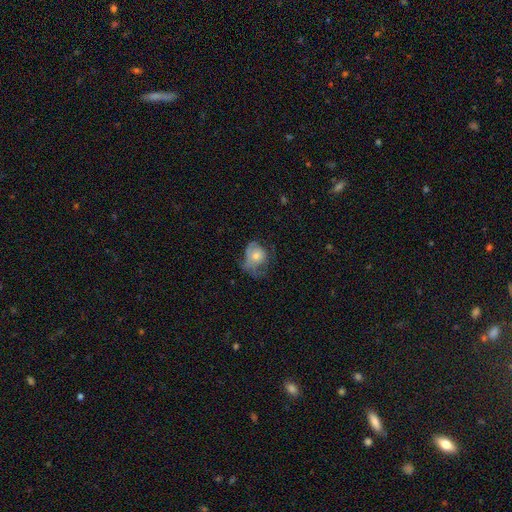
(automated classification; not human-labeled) A smooth galaxy with no disk features (58%) that is round (53%).

Vote fractions:
- Smooth or featured? smooth: 58% / featured or disk: 34% / star or artifact: 9%
- How rounded? round: 53% / in between: 46% / cigar-shaped: 1%
- Merging? major disturbance: 39% / none: 29% / minor disturbance: 29% / merger: 3%